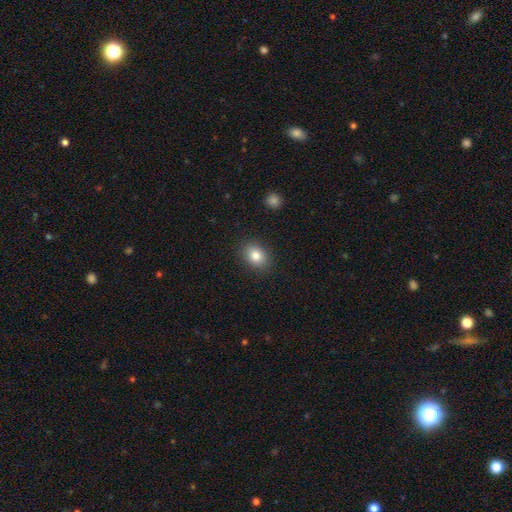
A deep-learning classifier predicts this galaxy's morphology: The model was most divided on "how rounded": in between: 59%, round: 40%, cigar-shaped: 1%. More confident: merging — none (88%); smooth or featured — smooth (83%).